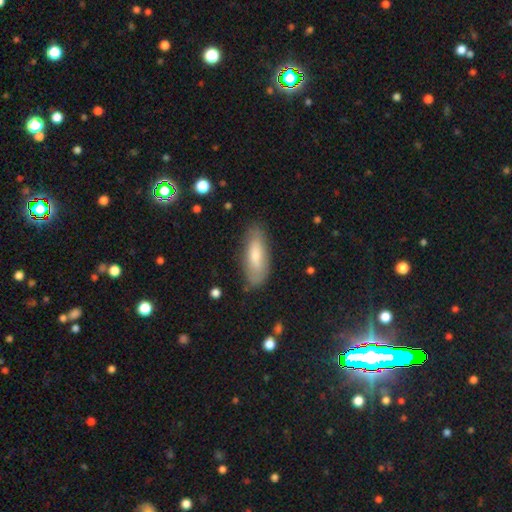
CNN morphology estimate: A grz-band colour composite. It shows a smooth galaxy with no disk features (71%) that is in between round and cigar-shaped (67%). Merging: none (77%).